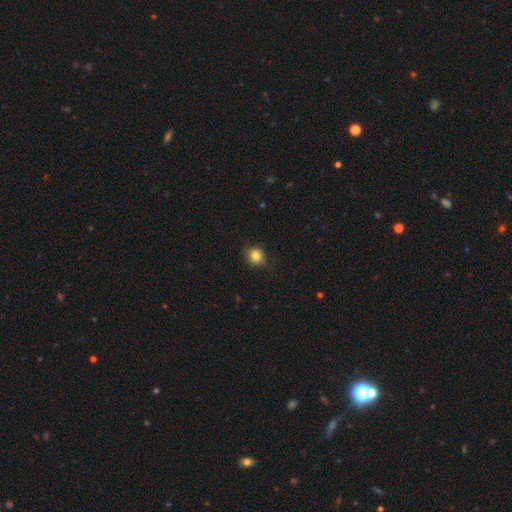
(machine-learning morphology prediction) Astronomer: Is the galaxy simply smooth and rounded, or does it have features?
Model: smooth — 83%.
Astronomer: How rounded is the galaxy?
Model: round — 83%.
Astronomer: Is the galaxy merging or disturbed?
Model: none — 82%.